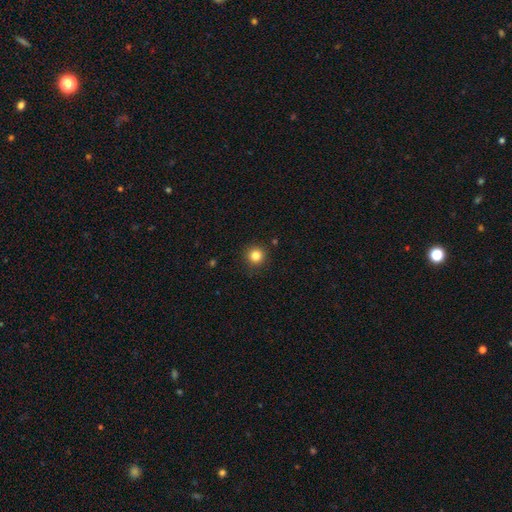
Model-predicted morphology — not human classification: A smooth galaxy with no disk features (83%) that is round (95%). Merging: none (91%).